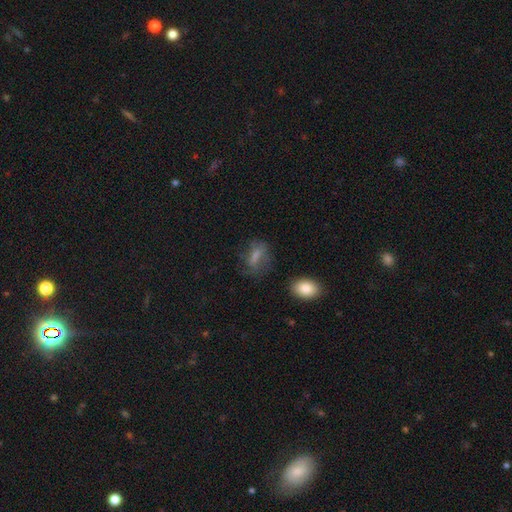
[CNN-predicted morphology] Overall: smooth (65%). How rounded: in between (71%). Merging: none (53%; minor disturbance 23%).